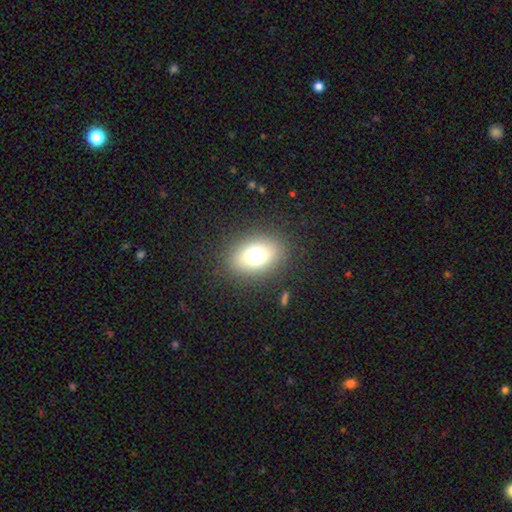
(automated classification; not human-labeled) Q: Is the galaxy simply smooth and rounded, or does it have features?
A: smooth — 70%.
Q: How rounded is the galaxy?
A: in between — 68%.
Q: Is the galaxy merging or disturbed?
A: none — 85%.